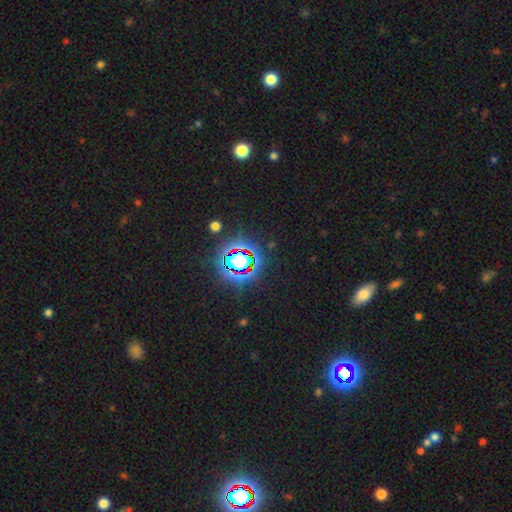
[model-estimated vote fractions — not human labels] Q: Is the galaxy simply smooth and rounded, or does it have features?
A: star or artifact — 82%.